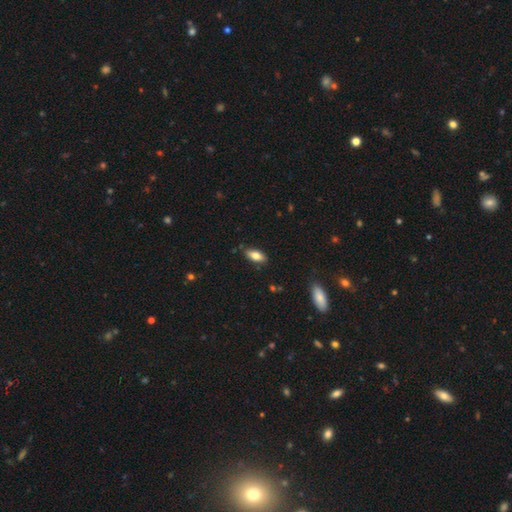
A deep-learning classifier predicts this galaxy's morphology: Q: Smooth or featured?
A: smooth (79%); runner-up: featured or disk (14%)
Q: How rounded?
A: in between (84%); runner-up: cigar-shaped (13%)
Q: Merging?
A: none (85%); runner-up: minor disturbance (12%)